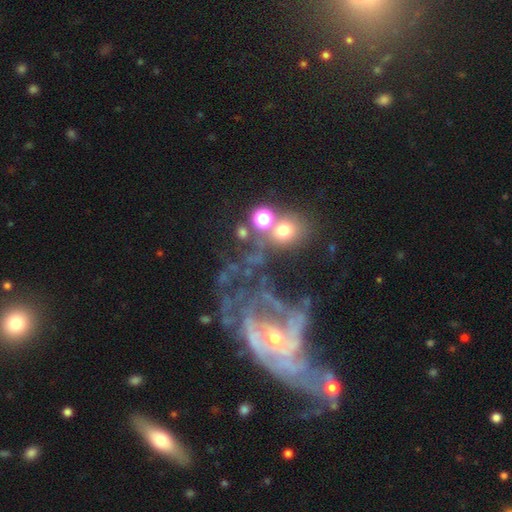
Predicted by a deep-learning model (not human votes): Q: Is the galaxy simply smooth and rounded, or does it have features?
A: featured or disk — 58%.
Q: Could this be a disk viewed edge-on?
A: no — 95%.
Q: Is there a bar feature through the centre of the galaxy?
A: no — 70%.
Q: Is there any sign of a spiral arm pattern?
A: yes — 63%.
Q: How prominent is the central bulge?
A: small — 52%.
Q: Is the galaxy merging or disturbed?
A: merger — 31%, tied with none.